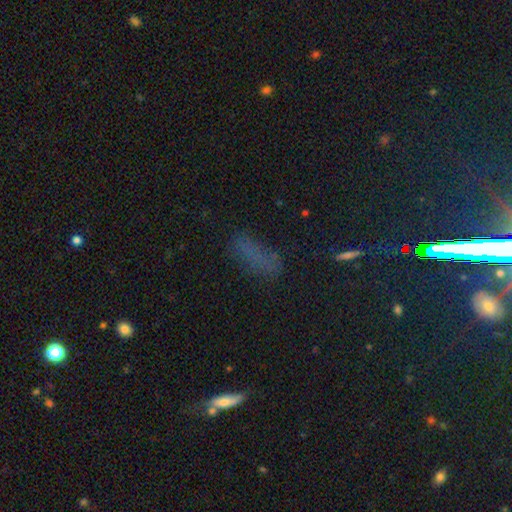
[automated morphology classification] A smooth galaxy with no disk features (52%) that is in between round and cigar-shaped (57%).

Vote fractions:
- Smooth or featured? smooth: 52% / star or artifact: 34% / featured or disk: 14%
- How rounded? in between: 57% / cigar-shaped: 36% / round: 7%
- Merging? none: 69% / minor disturbance: 18% / major disturbance: 10% / merger: 3%